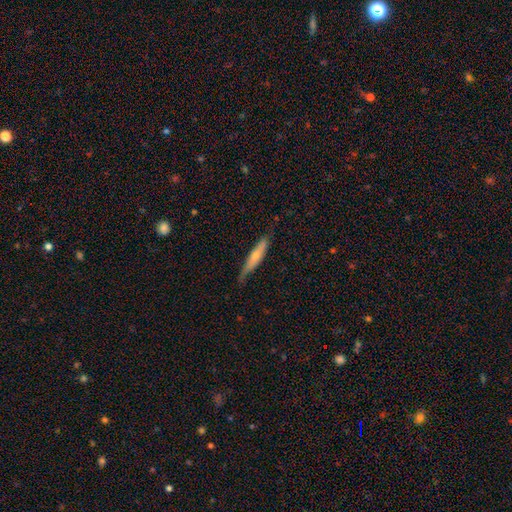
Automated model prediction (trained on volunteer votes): smooth-or-featured: smooth: 51% | featured or disk: 43% | star or artifact: 6%
  how-rounded: cigar-shaped: 87% | in between: 11% | round: 2%
  merging: none: 68% | minor disturbance: 26% | major disturbance: 5% | merger: 2%